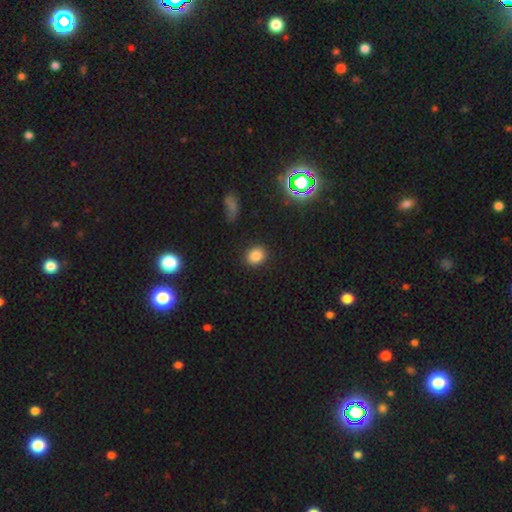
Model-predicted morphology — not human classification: smooth_or_featured: smooth (p=0.83) [alt: star or artifact p=0.12]
how_rounded: round (p=0.69) [alt: in between p=0.30]
merging: none (p=0.89) [alt: minor disturbance p=0.08]